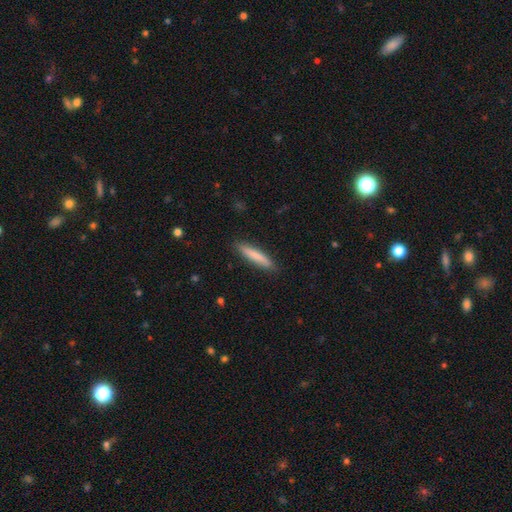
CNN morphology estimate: smooth-or-featured: smooth: 78% | featured or disk: 16% | star or artifact: 6%
  how-rounded: cigar-shaped: 90% | in between: 9% | round: 1%
  merging: none: 88% | minor disturbance: 9% | major disturbance: 2% | merger: 1%